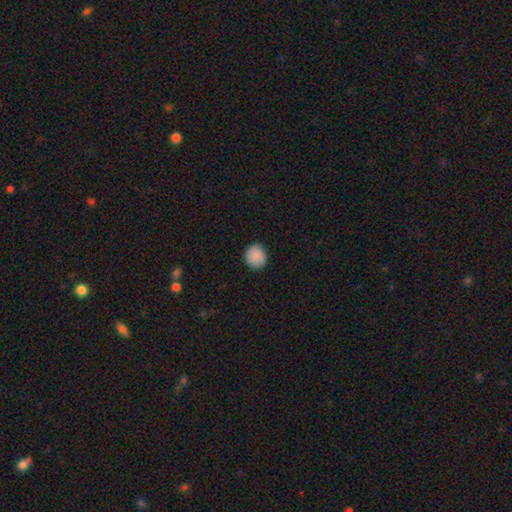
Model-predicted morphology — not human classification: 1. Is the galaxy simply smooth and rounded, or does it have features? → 88% smooth, 7% star or artifact, 5% featured or disk.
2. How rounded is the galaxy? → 89% round, 10% in between, 1% cigar-shaped.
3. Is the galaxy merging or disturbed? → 89% none, 8% minor disturbance, 2% major disturbance, 1% merger.